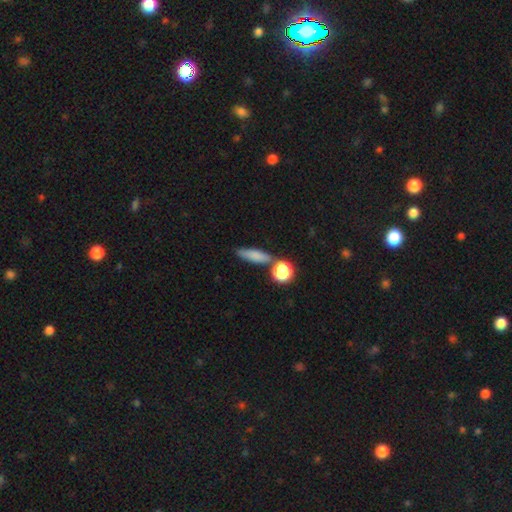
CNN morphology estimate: Smooth or featured? smooth (78%)
How rounded? cigar-shaped (51%)
Merging? none (69%)